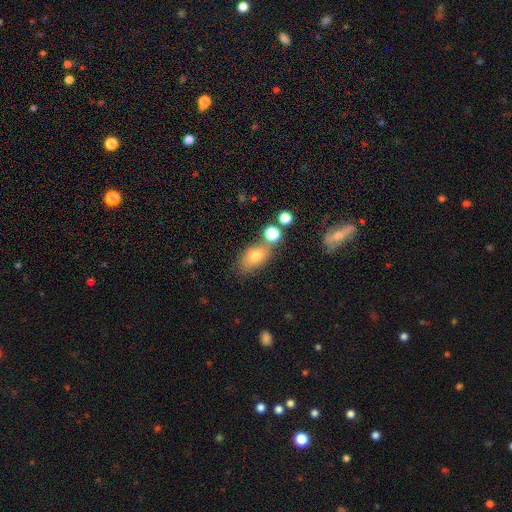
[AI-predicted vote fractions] Overall: smooth (73%). How rounded: in between (80%). Merging: none (58%; merger 20%).